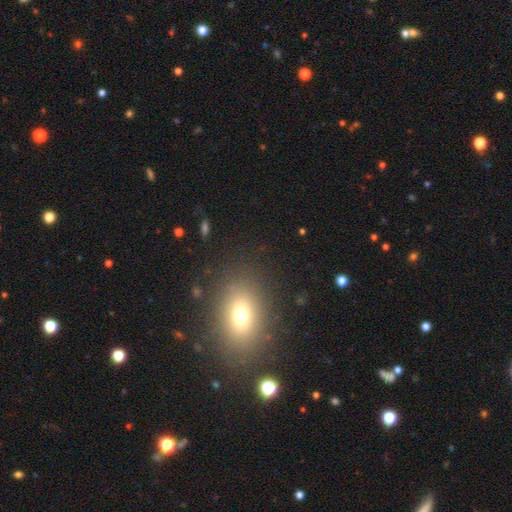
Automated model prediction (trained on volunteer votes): A smooth galaxy with no disk features (64%) that is in between round and cigar-shaped (79%). Merging: none (87%).